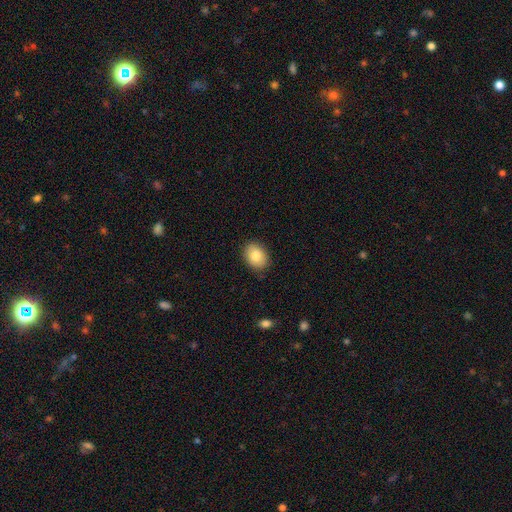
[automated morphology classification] Smooth or featured?
  - smooth: 83% *
  - featured or disk: 9%
  - star or artifact: 7%
How rounded?
  - in between: 70% *
  - round: 29%
  - cigar-shaped: 1%
Merging?
  - none: 87% *
  - minor disturbance: 10%
  - major disturbance: 2%
  - merger: 1%